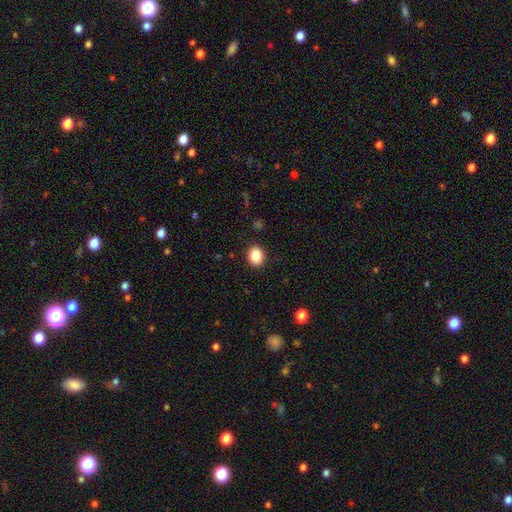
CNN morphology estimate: This is clearly a smooth galaxy (86%). How rounded: possibly in between (55%). Merging: clearly none (90%).